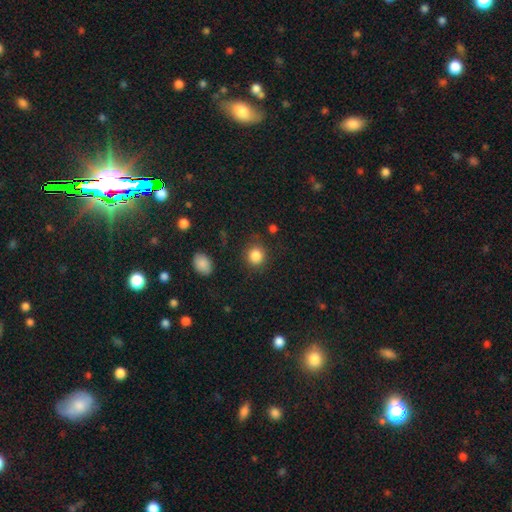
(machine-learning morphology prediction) Overall: smooth (85%). How rounded: round (85%). Merging: none (84%).